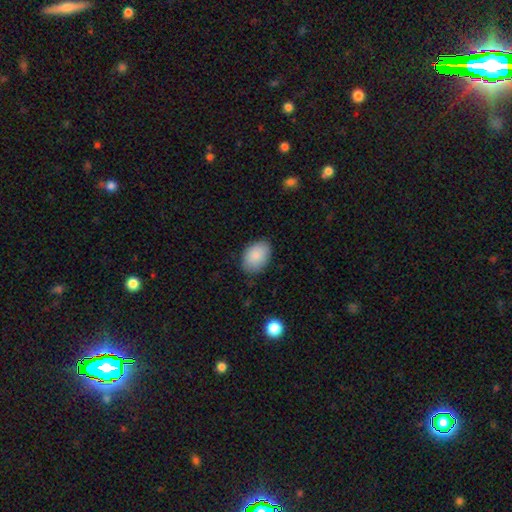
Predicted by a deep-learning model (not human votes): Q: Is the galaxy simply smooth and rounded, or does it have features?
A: smooth — 87%.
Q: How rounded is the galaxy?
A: in between — 85%.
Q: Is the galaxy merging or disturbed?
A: none — 81%.